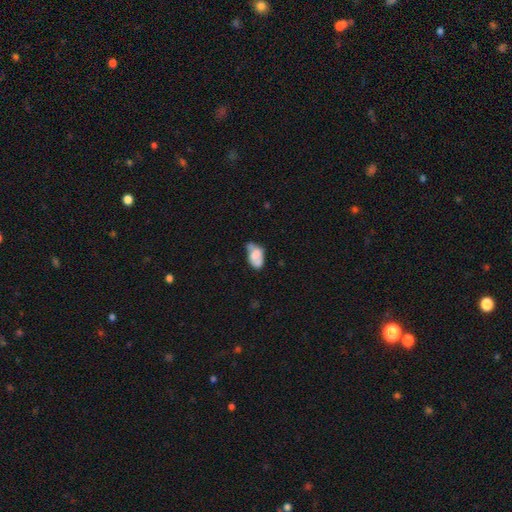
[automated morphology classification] The model was most divided on "merging" (2-way tie): minor disturbance: 34%, none: 34%, merger: 16%, major disturbance: 16%. More confident: how rounded — in between (90%); smooth or featured — smooth (62%).